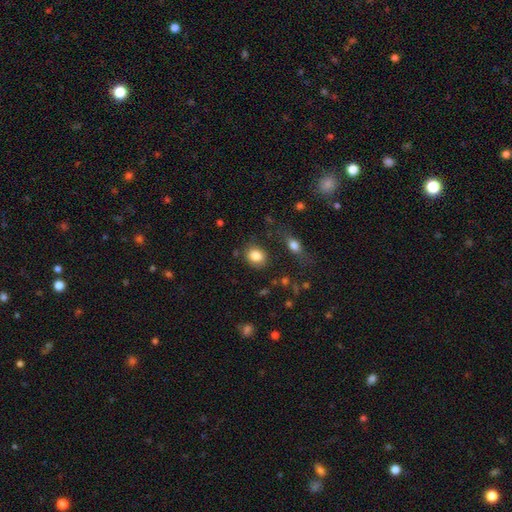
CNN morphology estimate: Smooth or featured? smooth (85%)
How rounded? round (55%)
Merging? none (79%)